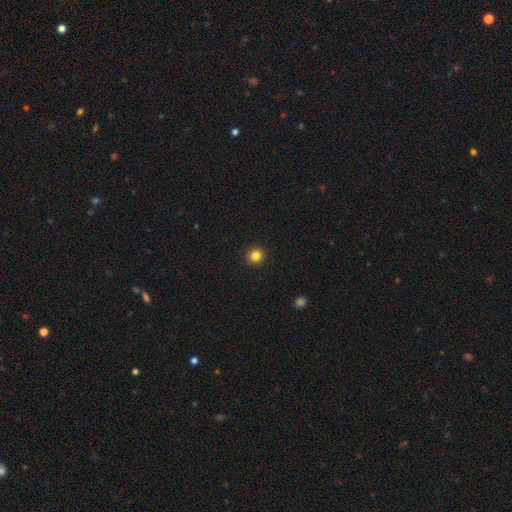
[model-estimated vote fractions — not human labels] smooth_or_featured: smooth (p=0.84) [alt: star or artifact p=0.12]
how_rounded: round (p=0.94) [alt: in between p=0.05]
merging: none (p=0.93) [alt: minor disturbance p=0.05]